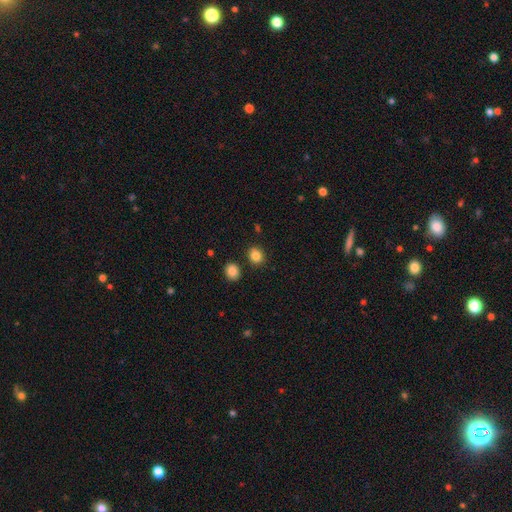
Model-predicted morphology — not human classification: Q: Smooth or featured?
A: smooth (85%); runner-up: star or artifact (10%)
Q: How rounded?
A: round (69%); runner-up: in between (30%)
Q: Merging?
A: none (85%); runner-up: minor disturbance (8%)